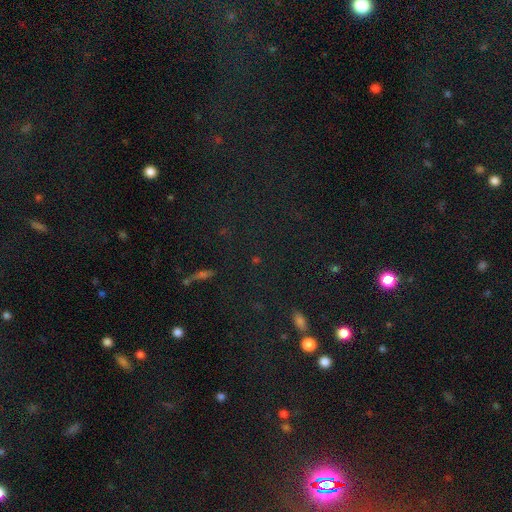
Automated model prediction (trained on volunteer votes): Smooth or featured: star or artifact — 74% (smooth — 15%)